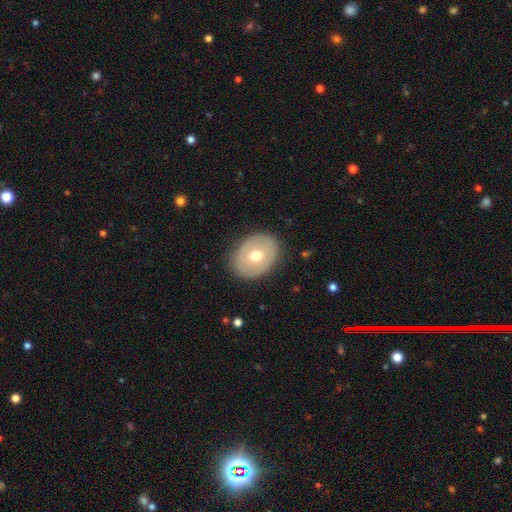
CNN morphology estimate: Smooth or featured: smooth — 52% (featured or disk — 42%)
How rounded: in between — 60% (round — 39%)
Merging: none — 84% (minor disturbance — 11%)